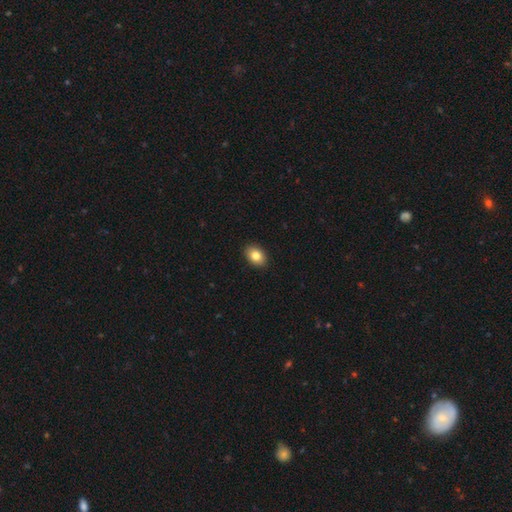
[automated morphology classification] Smooth or featured: smooth — 83% (featured or disk — 9%)
How rounded: in between — 78% (round — 21%)
Merging: none — 91% (minor disturbance — 7%)